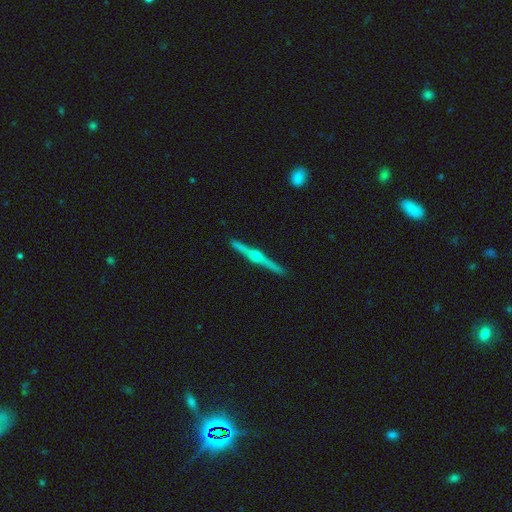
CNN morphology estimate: featured or disk 86%, smooth 9%, star or artifact 5%. Down the decision tree: edge-on disk — yes (99%); edge-on bulge — rounded (91%); merging — none (92%).